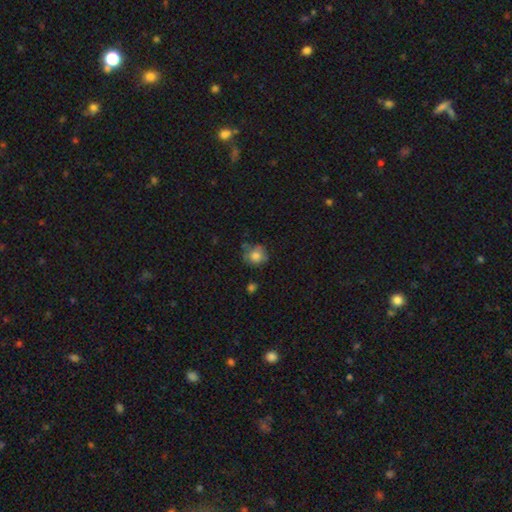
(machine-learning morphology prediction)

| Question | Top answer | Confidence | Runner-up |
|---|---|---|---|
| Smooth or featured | smooth | 76% | featured or disk (14%) |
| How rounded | round | 79% | in between (20%) |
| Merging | none | 59% | minor disturbance (27%) |